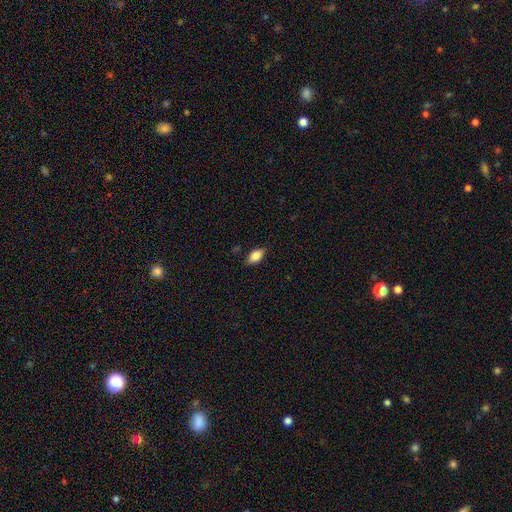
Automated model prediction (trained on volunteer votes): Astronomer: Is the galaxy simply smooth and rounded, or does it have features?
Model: smooth — 83%.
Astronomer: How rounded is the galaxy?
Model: in between — 90%.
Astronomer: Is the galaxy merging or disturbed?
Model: none — 84%.